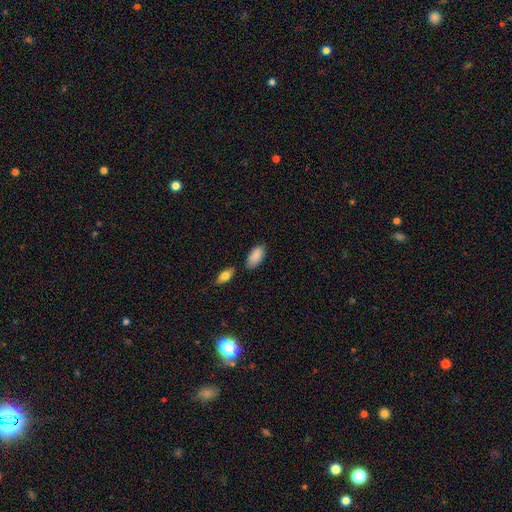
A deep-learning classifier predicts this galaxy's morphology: This appears to be a smooth galaxy with no disk features (88%) that is in between round and cigar-shaped (92%). Merging: none (71%).